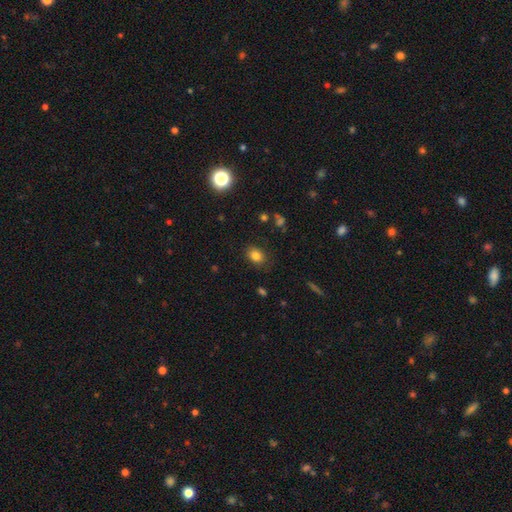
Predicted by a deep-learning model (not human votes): smooth 81%, star or artifact 11%, featured or disk 7%. Down the decision tree: how rounded — in between (68%); merging — none (81%).